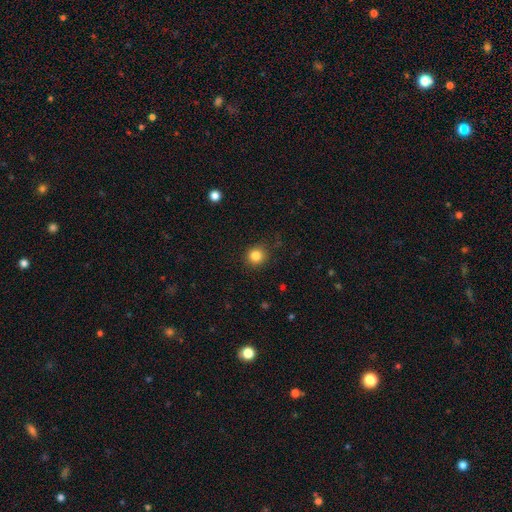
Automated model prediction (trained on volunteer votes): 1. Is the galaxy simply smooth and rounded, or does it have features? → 84% smooth, 11% star or artifact, 5% featured or disk.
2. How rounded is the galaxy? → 91% round, 9% in between, 1% cigar-shaped.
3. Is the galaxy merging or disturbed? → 89% none, 8% minor disturbance, 2% major disturbance, 1% merger.